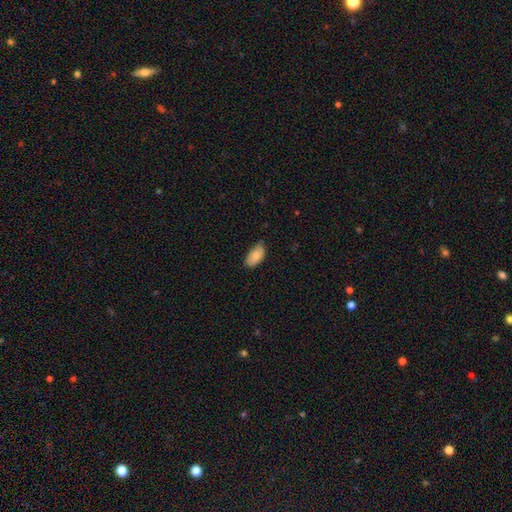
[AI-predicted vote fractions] Smooth or featured?
  - smooth: 86% *
  - featured or disk: 8%
  - star or artifact: 6%
How rounded?
  - in between: 94% *
  - cigar-shaped: 4%
  - round: 2%
Merging?
  - none: 68% *
  - minor disturbance: 27%
  - major disturbance: 3%
  - merger: 1%